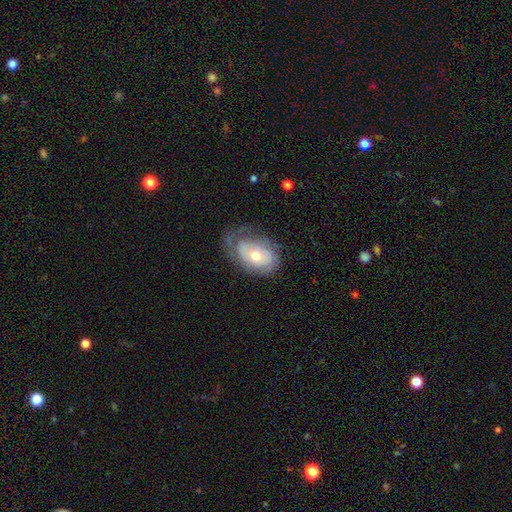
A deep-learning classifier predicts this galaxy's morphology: Smooth or featured? Predicted: featured or disk (p=0.55). Edge-on disk? Predicted: no (p=0.94). Bar? Predicted: no (p=0.79). Spiral arms? Predicted: yes (p=0.70). Bulge size? Predicted: moderate (p=0.63). Merging? Predicted: none (p=0.45).